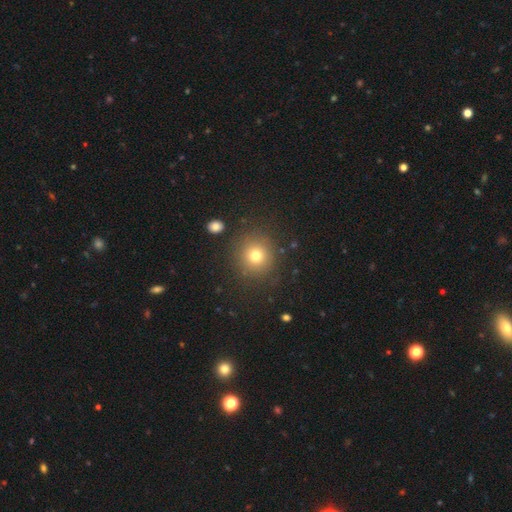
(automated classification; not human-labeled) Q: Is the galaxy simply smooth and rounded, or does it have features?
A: smooth — 75%.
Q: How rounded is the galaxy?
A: round — 91%.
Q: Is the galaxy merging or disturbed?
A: none — 87%.